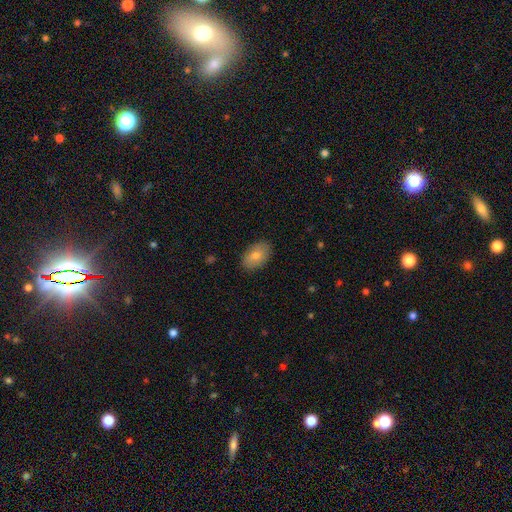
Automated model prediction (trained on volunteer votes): Smooth or featured? smooth (75%)
How rounded? in between (91%)
Merging? none (87%)